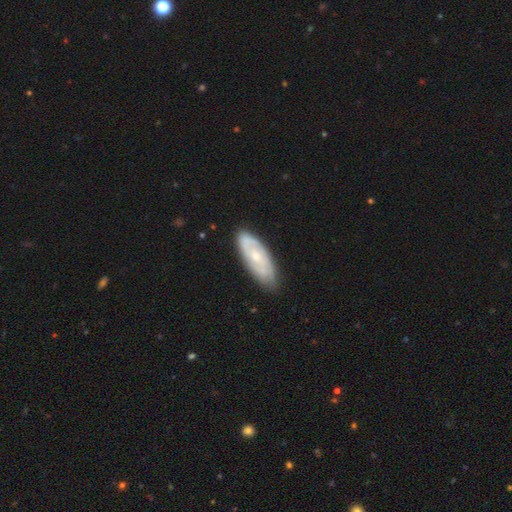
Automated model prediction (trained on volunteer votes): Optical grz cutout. It shows a featured or disk galaxy (61%) with no bar (78%), spiral arms (70%) and a small central bulge (63%). Merging: none (80%).